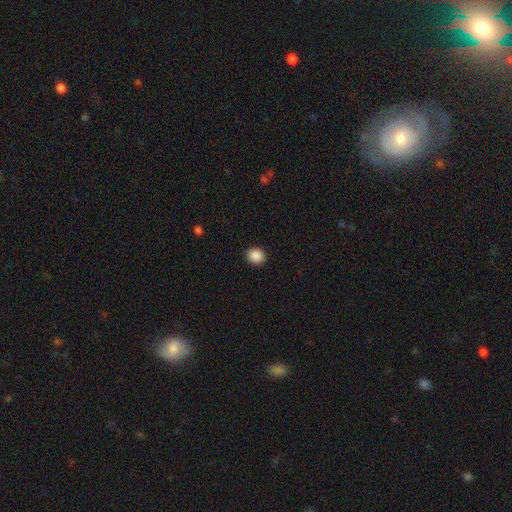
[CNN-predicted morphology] Smooth or featured: smooth — 89% (star or artifact — 9%)
How rounded: round — 63% (in between — 36%)
Merging: none — 91% (minor disturbance — 6%)